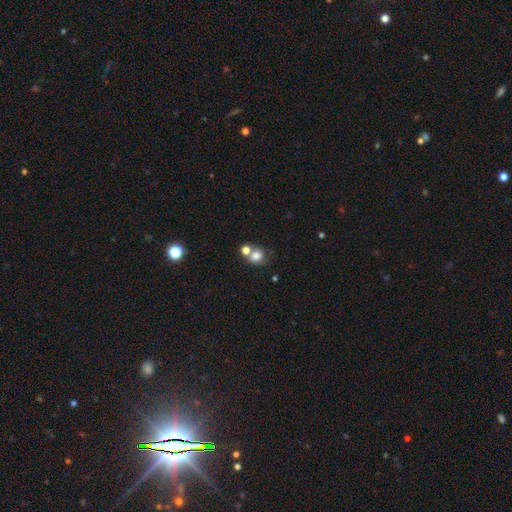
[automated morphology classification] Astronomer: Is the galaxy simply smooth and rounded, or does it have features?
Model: smooth — 75%.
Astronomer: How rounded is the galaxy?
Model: round — 63%.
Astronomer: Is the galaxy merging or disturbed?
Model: merger — 42% (runner-up: none, 40%).